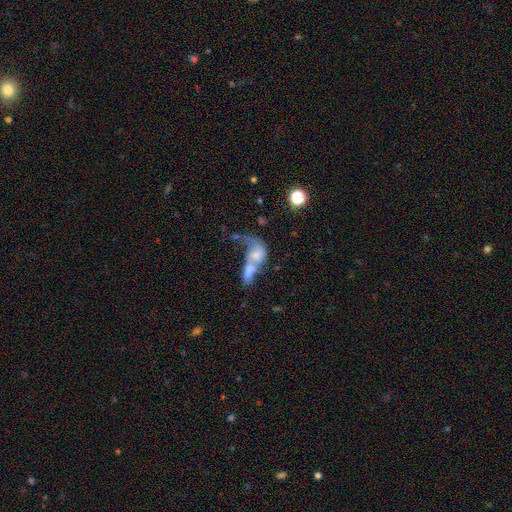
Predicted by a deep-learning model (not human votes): smooth_or_featured: smooth (p=0.45) [alt: featured or disk p=0.44]
merging: merger (p=0.70) [alt: major disturbance p=0.15]